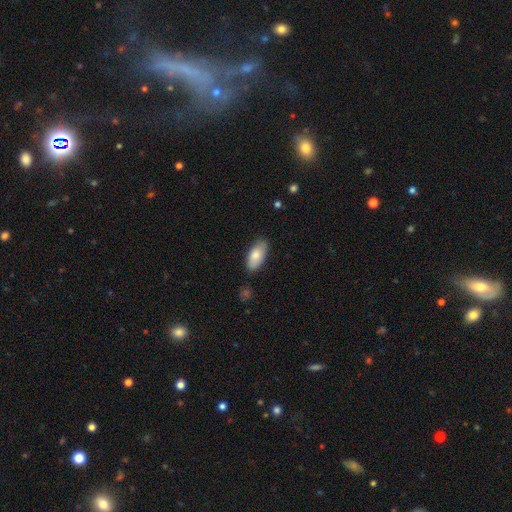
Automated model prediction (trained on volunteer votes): Smooth or featured? smooth (81%)
How rounded? in between (92%)
Merging? none (82%)